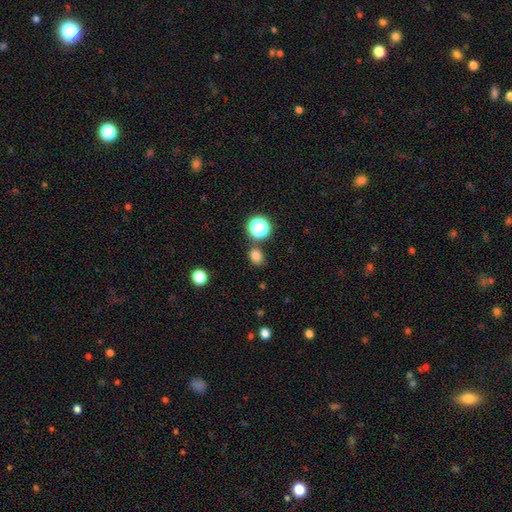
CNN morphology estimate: This appears to be a smooth galaxy with no disk features (76%) that is round (54%). Merging: none (77%).